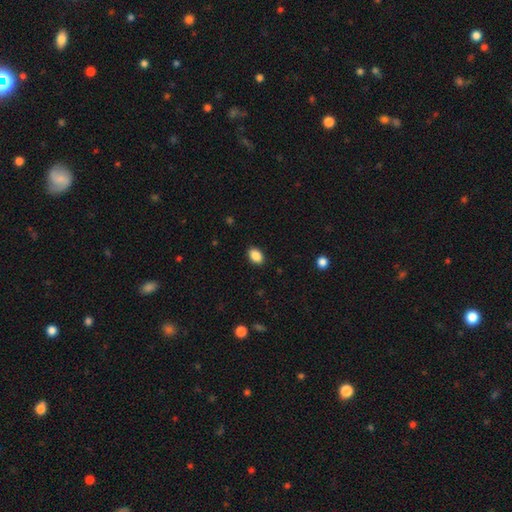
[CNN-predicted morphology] Q: Smooth or featured?
A: smooth (88%); runner-up: star or artifact (8%)
Q: How rounded?
A: in between (85%); runner-up: round (14%)
Q: Merging?
A: none (89%); runner-up: minor disturbance (8%)